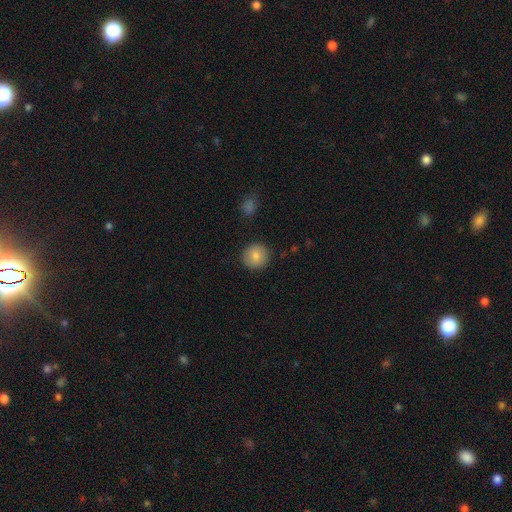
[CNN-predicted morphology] Smooth or featured? Predicted: smooth (p=0.84). How rounded? Predicted: round (p=0.93). Merging? Predicted: none (p=0.90).